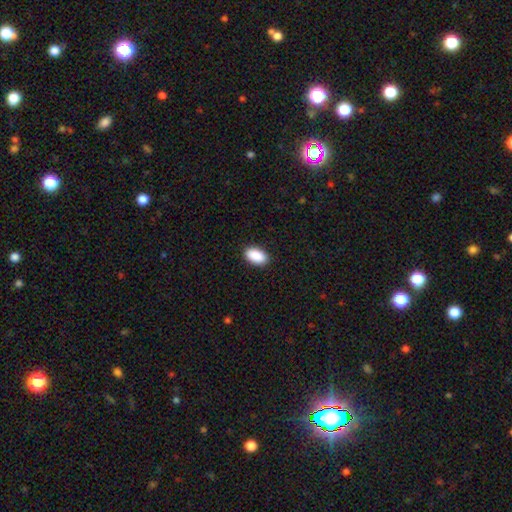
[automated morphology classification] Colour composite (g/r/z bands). It shows a smooth galaxy with no disk features (91%) that is in between round and cigar-shaped (94%). Merging: none (90%).